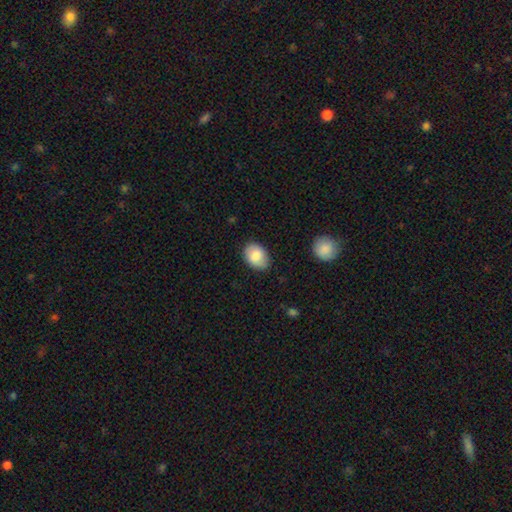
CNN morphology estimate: A smooth galaxy with no disk features (81%) that is in between round and cigar-shaped (72%). Merging: none (82%).